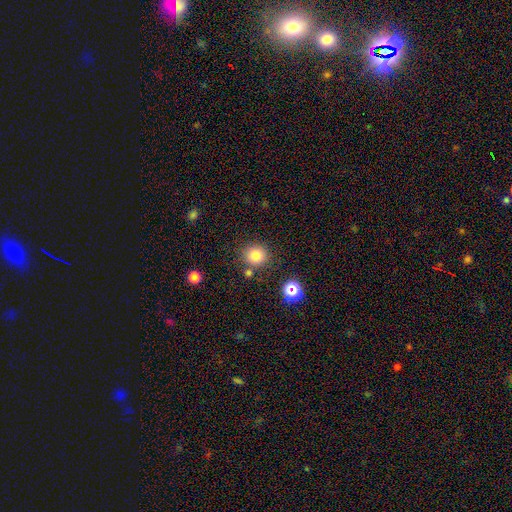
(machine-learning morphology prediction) Smooth or featured?
  - smooth: 80% *
  - star or artifact: 13%
  - featured or disk: 7%
How rounded?
  - round: 89% *
  - in between: 11%
  - cigar-shaped: 1%
Merging?
  - none: 80% *
  - minor disturbance: 9%
  - merger: 7%
  - major disturbance: 3%